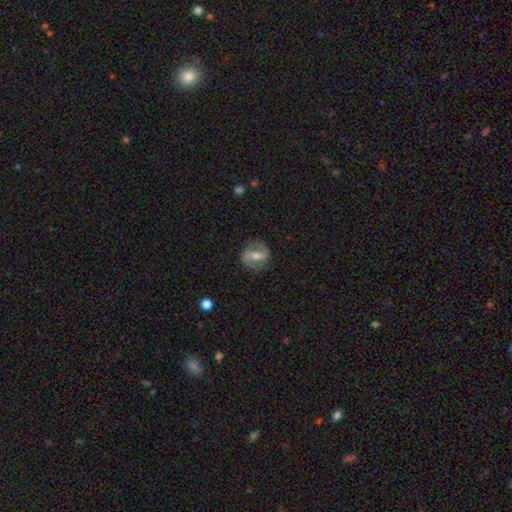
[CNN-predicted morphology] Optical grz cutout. It shows a featured or disk galaxy (82%) with a strong bar (56%), 2 (91%) medium (49%) spiral arms (89%) and a moderate central bulge (62%). Merging: none (84%).